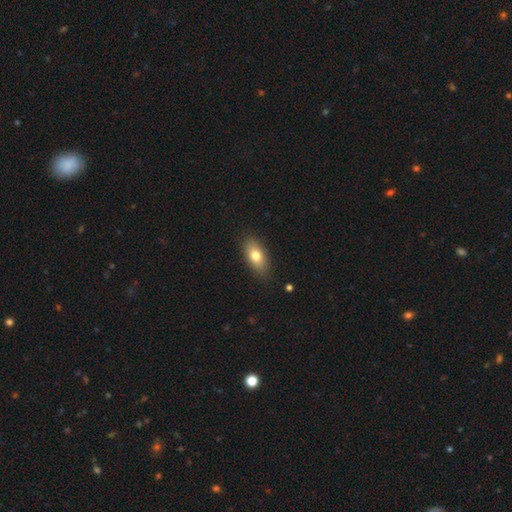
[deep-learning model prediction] A smooth galaxy with no disk features (76%) that is in between round and cigar-shaped (86%).

Vote fractions:
- Smooth or featured? smooth: 76% / featured or disk: 16% / star or artifact: 7%
- How rounded? in between: 86% / cigar-shaped: 9% / round: 5%
- Merging? none: 86% / minor disturbance: 11% / major disturbance: 2% / merger: 1%